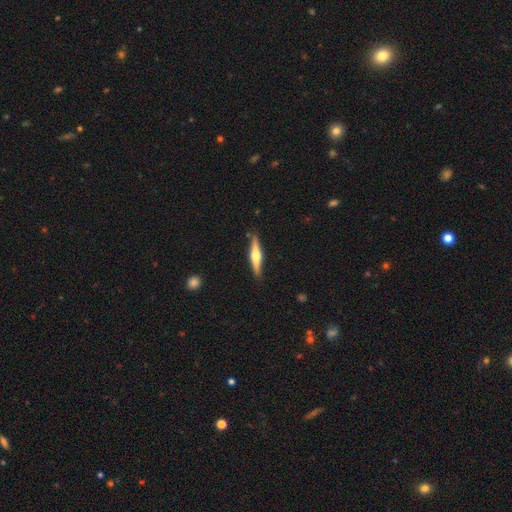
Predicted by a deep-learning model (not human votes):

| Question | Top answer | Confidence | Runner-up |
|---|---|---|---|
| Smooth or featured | featured or disk | 60% | smooth (35%) |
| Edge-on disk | yes | 96% | no (4%) |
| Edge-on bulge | rounded | 92% | boxy (5%) |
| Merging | none | 88% | minor disturbance (9%) |